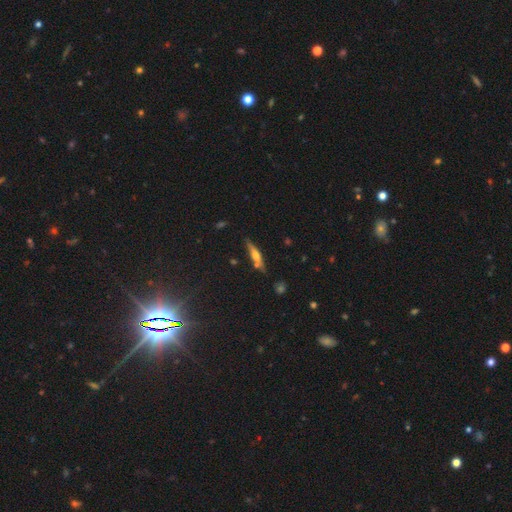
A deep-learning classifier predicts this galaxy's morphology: Smooth or featured: featured or disk — 54% (smooth — 38%)
Edge-on disk: yes — 93% (no — 7%)
Merging: none — 78% (minor disturbance — 13%)